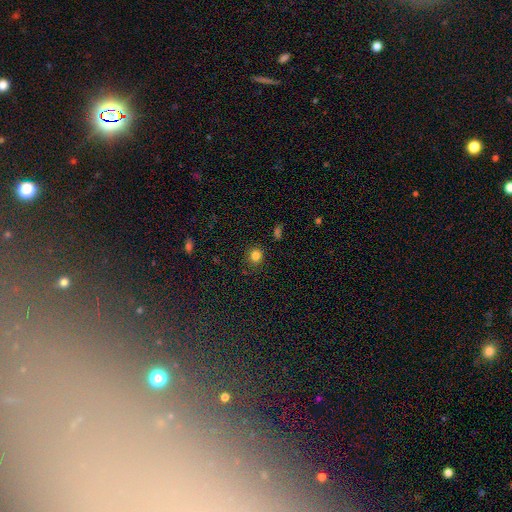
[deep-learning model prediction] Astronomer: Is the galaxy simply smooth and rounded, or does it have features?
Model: smooth — 82%.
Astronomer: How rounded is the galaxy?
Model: round — 84%.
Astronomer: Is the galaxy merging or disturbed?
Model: none — 87%.